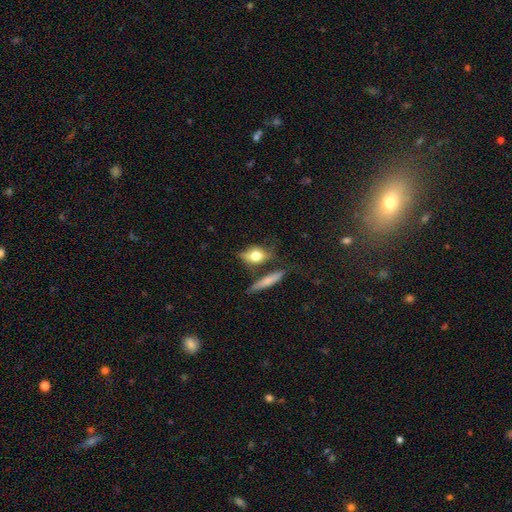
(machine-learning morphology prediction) Smooth or featured? Predicted: smooth (p=0.67). How rounded? Predicted: in between (p=0.60). Merging? Predicted: none (p=0.58).